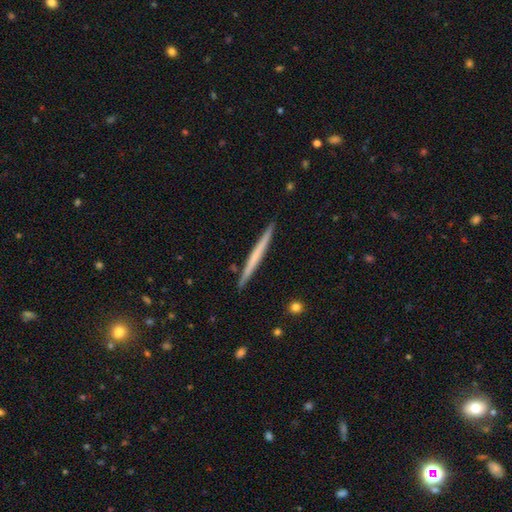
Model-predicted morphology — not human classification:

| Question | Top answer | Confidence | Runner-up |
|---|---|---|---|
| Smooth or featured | featured or disk | 48% | smooth (47%) |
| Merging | none | 92% | minor disturbance (5%) |